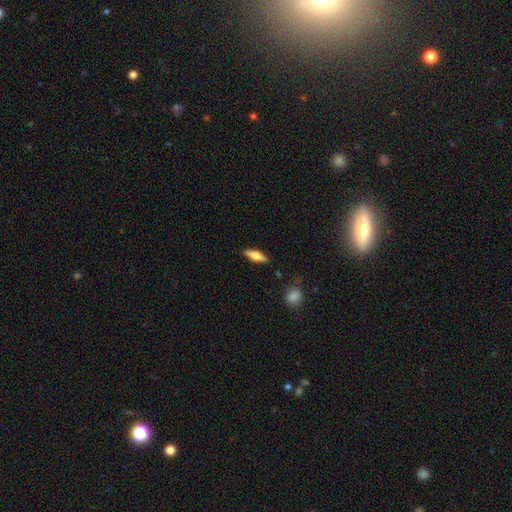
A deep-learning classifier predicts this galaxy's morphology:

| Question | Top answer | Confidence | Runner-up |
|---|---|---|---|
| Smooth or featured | featured or disk | 50% | smooth (44%) |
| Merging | none | 86% | minor disturbance (10%) |